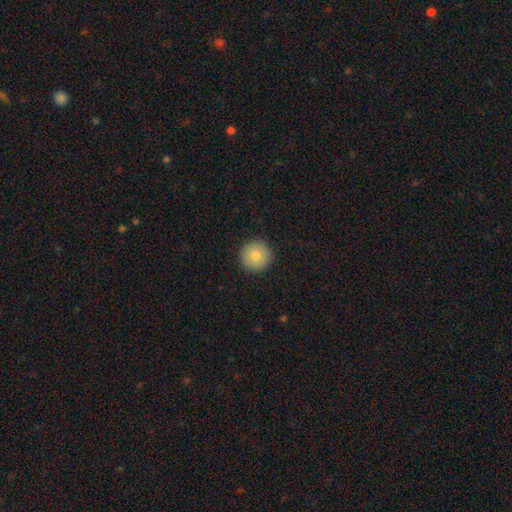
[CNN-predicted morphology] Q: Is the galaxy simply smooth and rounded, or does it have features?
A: smooth — 82%.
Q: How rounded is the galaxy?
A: round — 96%.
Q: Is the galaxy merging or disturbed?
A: none — 92%.